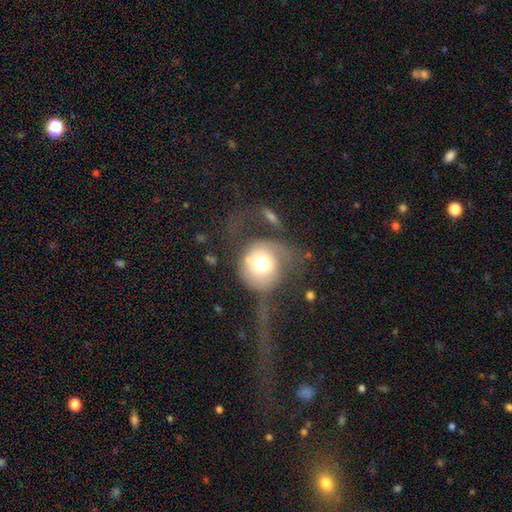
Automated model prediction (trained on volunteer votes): Q: Smooth or featured?
A: featured or disk (48%); runner-up: smooth (42%)
Q: Merging?
A: major disturbance (55%); runner-up: none (20%)